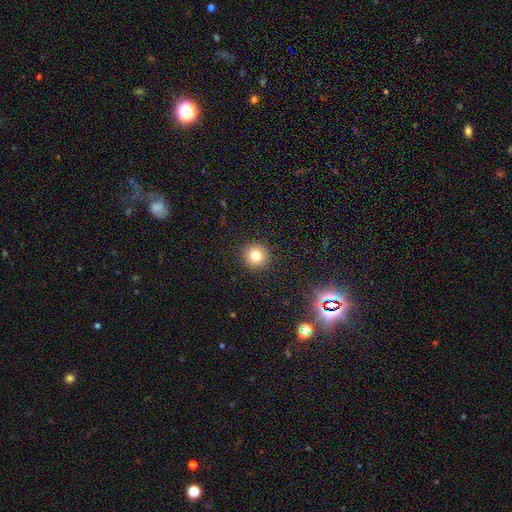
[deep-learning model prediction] smooth_or_featured: smooth (p=0.78) [alt: star or artifact p=0.13]
how_rounded: round (p=0.95) [alt: in between p=0.05]
merging: none (p=0.92) [alt: minor disturbance p=0.05]